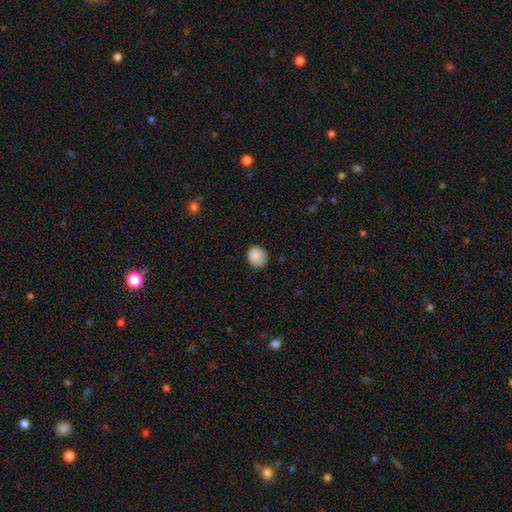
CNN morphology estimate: Q: Smooth or featured?
A: smooth (87%); runner-up: star or artifact (8%)
Q: How rounded?
A: round (79%); runner-up: in between (20%)
Q: Merging?
A: none (81%); runner-up: minor disturbance (15%)